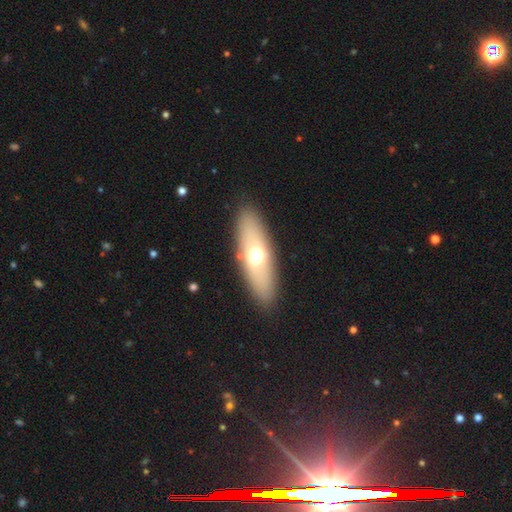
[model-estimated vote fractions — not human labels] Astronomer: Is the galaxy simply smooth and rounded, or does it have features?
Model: smooth — 60%.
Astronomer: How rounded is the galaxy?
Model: in between — 62%.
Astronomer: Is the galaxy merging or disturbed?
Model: none — 87%.